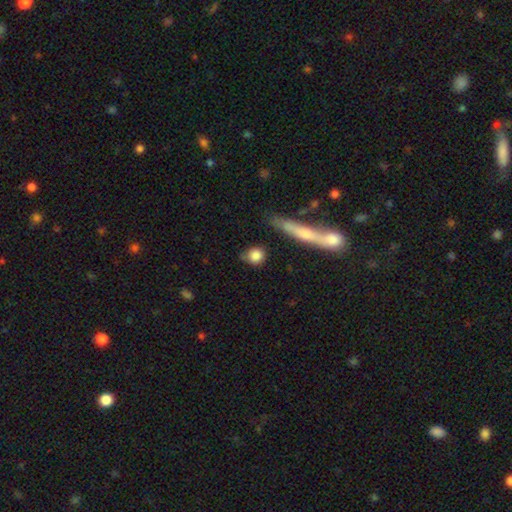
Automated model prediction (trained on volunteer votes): This is clearly a smooth galaxy (83%). How rounded: likely round (74%). Merging: likely none (68%).